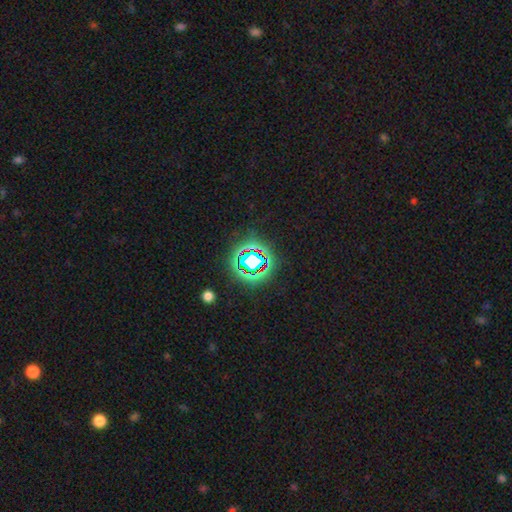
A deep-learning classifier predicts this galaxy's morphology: This appears to be a star or artifact, not a galaxy (79%).